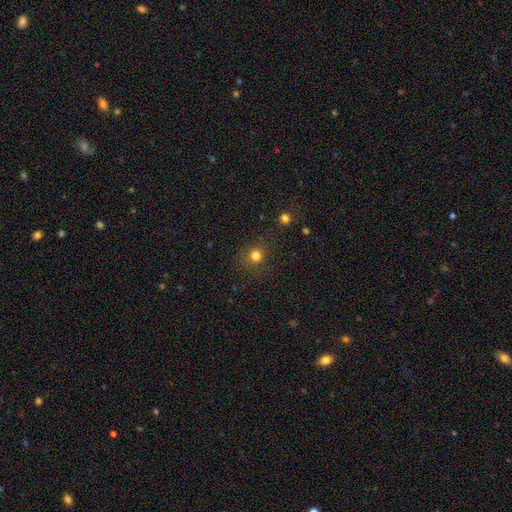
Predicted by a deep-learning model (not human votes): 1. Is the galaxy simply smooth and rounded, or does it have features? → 79% smooth, 16% star or artifact, 5% featured or disk.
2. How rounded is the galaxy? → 91% round, 8% in between, 1% cigar-shaped.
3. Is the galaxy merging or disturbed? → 83% none, 10% minor disturbance, 4% major disturbance, 3% merger.